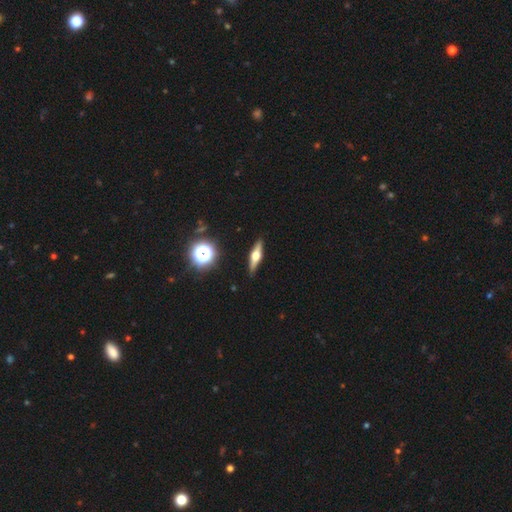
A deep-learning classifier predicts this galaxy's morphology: smooth-or-featured: featured or disk: 63% | smooth: 29% | star or artifact: 8%
  disk-edge-on: yes: 95% | no: 5%
    edge-on-bulge: rounded: 94% | boxy: 4% | none: 2%
  merging: none: 90% | minor disturbance: 7% | major disturbance: 2% | merger: 1%